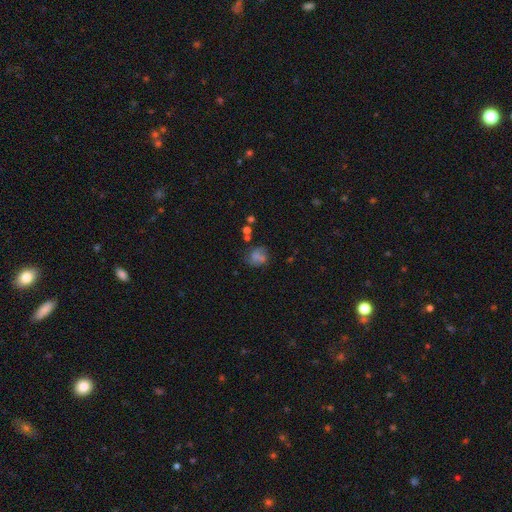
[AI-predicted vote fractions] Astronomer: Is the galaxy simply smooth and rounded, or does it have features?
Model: smooth — 43% (runner-up: featured or disk, 31%).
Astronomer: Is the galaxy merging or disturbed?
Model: none — 58%.